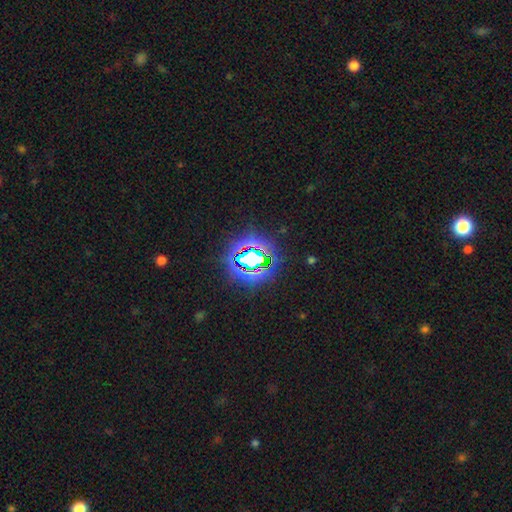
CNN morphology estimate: smooth-or-featured: star or artifact: 71% | smooth: 17% | featured or disk: 12%